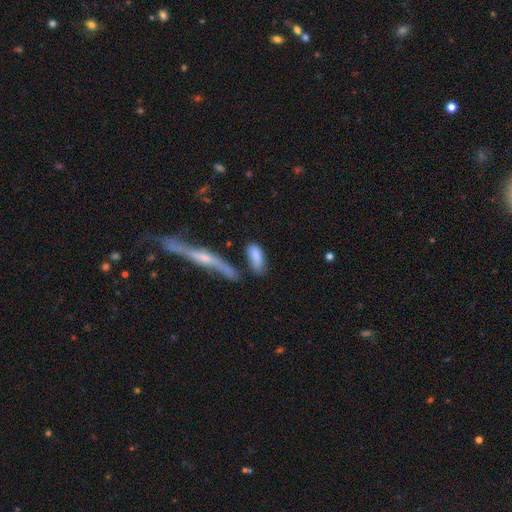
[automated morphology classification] Overall: smooth (81%). How rounded: in between (72%). Merging: none (47%; minor disturbance 22%).